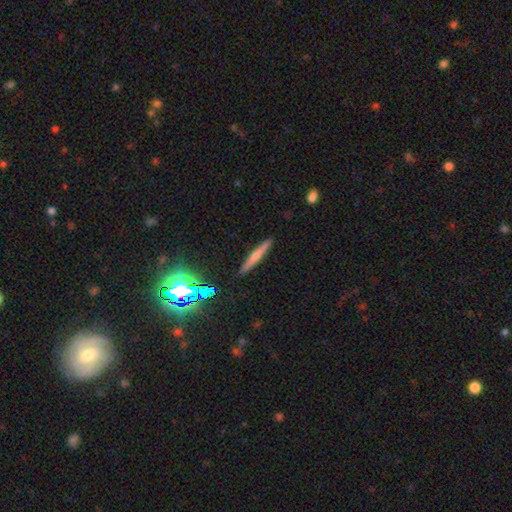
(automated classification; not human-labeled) smooth_or_featured: smooth (p=0.53) [alt: featured or disk p=0.35]
how_rounded: cigar-shaped (p=0.93) [alt: in between p=0.05]
merging: none (p=0.90) [alt: minor disturbance p=0.07]